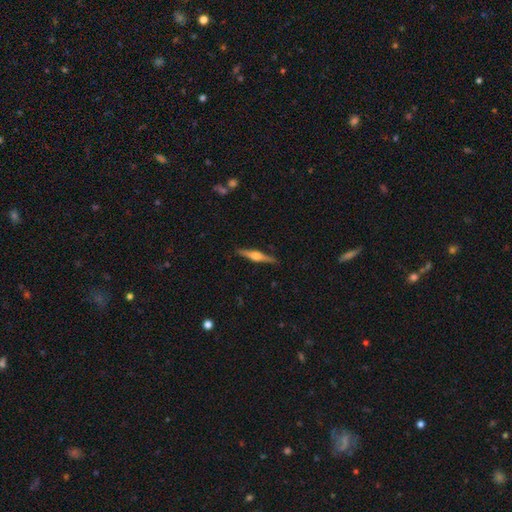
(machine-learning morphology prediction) This appears to be a featured or disk galaxy (77%) viewed edge-on (98%) with a rounded central bulge (88%). Merging: none (91%).